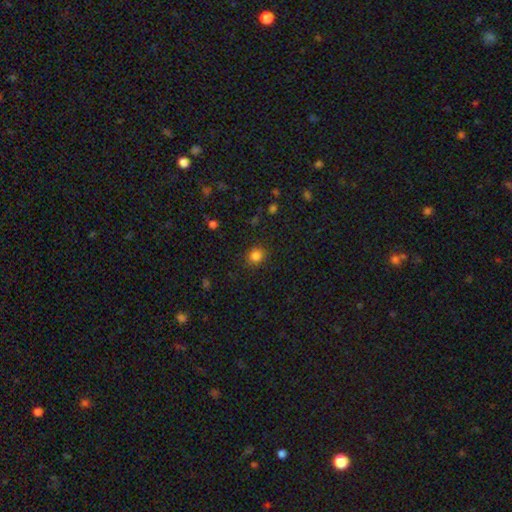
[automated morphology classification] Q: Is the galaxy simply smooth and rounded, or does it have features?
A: smooth — 82%.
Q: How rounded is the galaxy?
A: round — 83%.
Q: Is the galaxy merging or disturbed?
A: none — 87%.